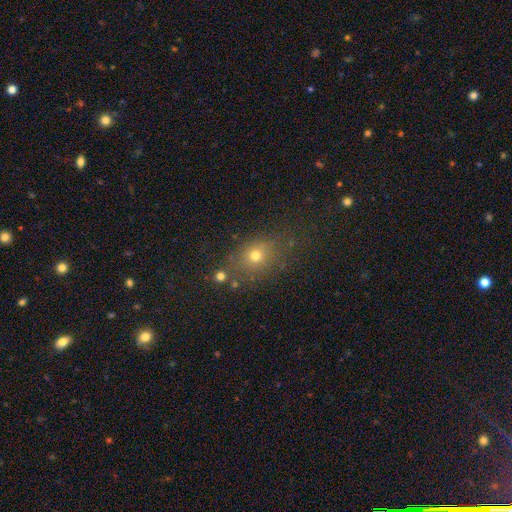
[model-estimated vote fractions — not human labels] This is likely a smooth galaxy (67%). How rounded: possibly in between (49%). Merging: likely none (72%).